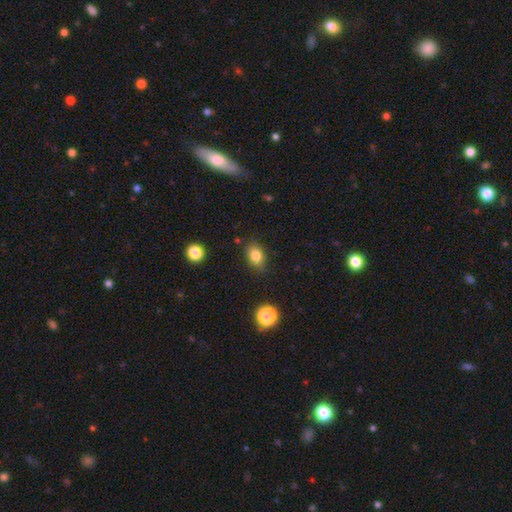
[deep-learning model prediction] Smooth or featured? smooth (82%)
How rounded? in between (68%)
Merging? none (80%)